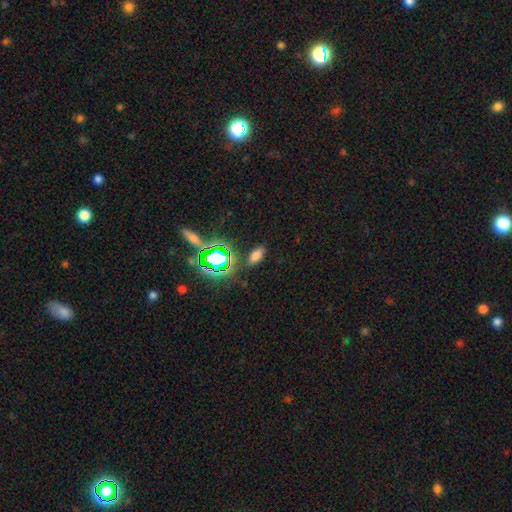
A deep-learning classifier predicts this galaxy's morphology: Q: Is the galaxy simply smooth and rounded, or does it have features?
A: smooth — 68%.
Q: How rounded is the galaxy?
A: in between — 85%.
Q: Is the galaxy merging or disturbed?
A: none — 83%.